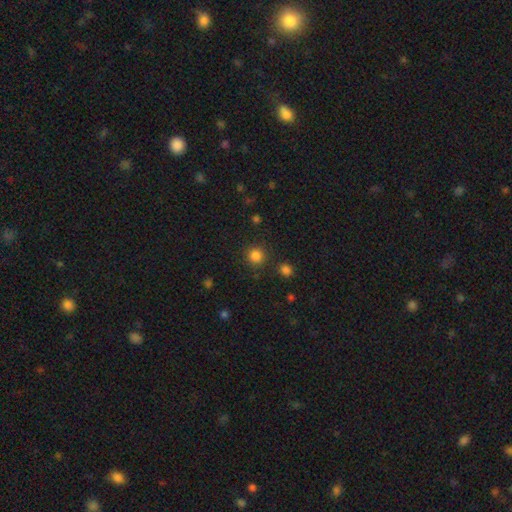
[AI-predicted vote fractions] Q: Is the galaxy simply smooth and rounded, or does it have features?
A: smooth — 83%.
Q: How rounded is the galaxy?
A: round — 94%.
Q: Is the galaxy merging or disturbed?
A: none — 88%.